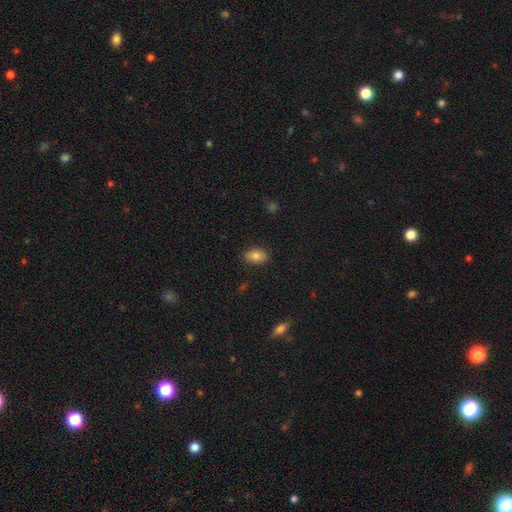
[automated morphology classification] Smooth or featured? smooth (81%)
How rounded? in between (87%)
Merging? none (86%)